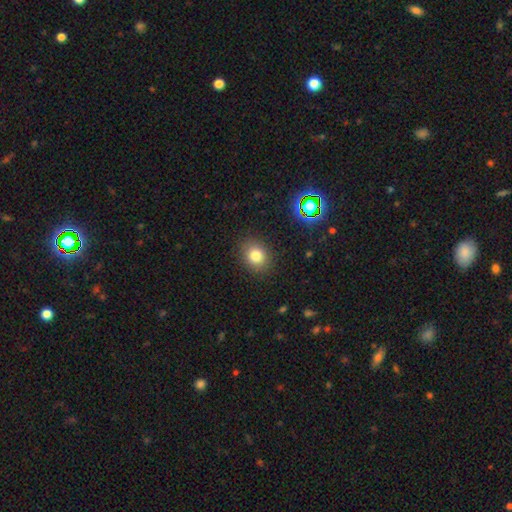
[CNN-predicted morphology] smooth-or-featured: smooth: 79% | star or artifact: 13% | featured or disk: 7%
  how-rounded: round: 60% | in between: 39% | cigar-shaped: 1%
  merging: none: 87% | minor disturbance: 9% | major disturbance: 3% | merger: 1%